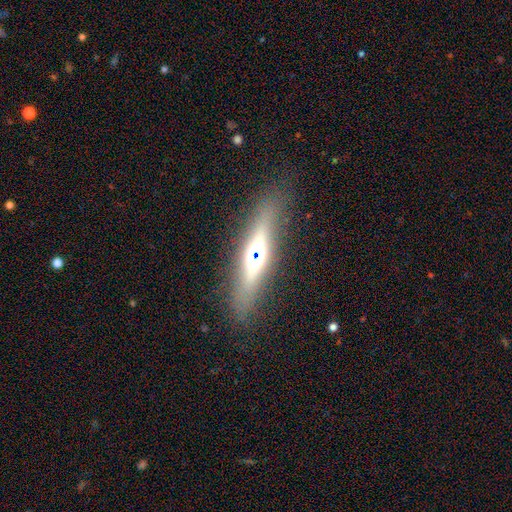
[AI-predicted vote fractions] Smooth or featured? featured or disk (55%)
Edge-on disk? yes (87%)
Merging? none (85%)